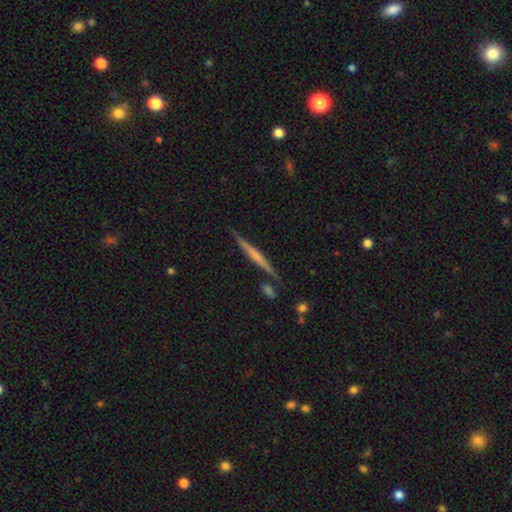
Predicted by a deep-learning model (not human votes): Smooth or featured? featured or disk (64%)
Edge-on disk? yes (98%)
Edge-on bulge? none (48%)
Merging? none (85%)